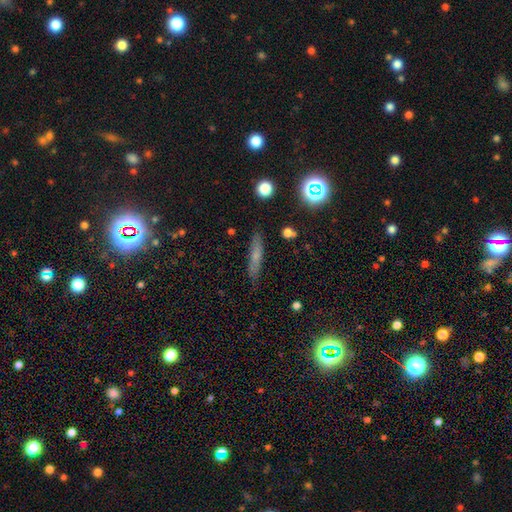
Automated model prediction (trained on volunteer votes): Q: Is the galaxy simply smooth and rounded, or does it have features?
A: smooth — 58%.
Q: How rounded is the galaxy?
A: cigar-shaped — 84%.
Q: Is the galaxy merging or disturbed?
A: none — 84%.